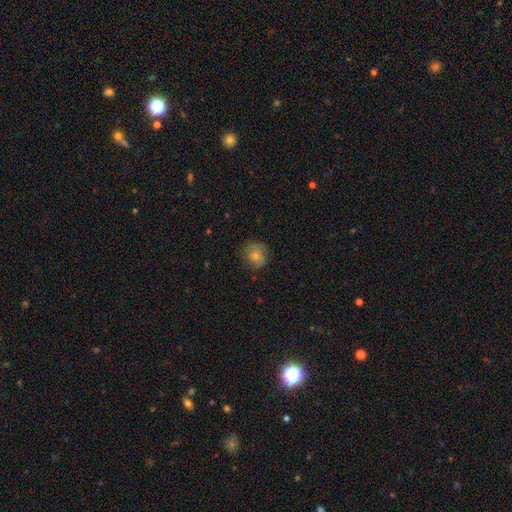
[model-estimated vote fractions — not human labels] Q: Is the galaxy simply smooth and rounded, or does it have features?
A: smooth — 62%.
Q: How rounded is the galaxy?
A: round — 82%.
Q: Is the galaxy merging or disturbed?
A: none — 76%.